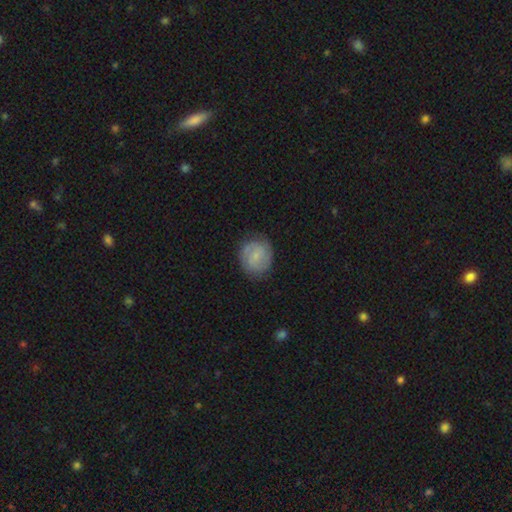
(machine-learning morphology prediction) This appears to be a smooth galaxy with no disk features (55%) that is round (81%). Merging: none (79%).